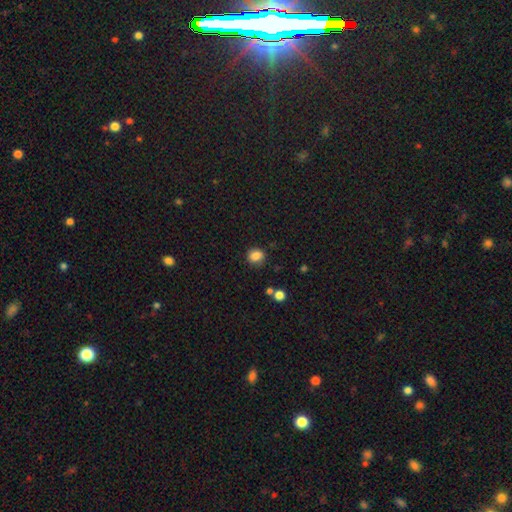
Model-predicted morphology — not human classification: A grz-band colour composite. It shows a smooth galaxy with no disk features (85%) that is round (65%). Merging: none (83%).